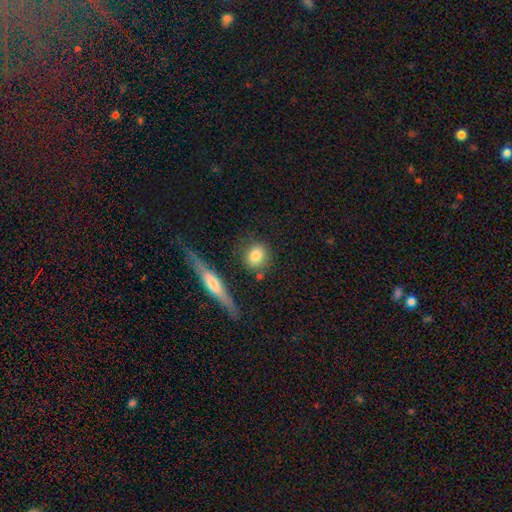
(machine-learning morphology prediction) A smooth galaxy with no disk features (81%) that is round (67%).

Vote fractions:
- Smooth or featured? smooth: 81% / featured or disk: 11% / star or artifact: 8%
- How rounded? round: 67% / in between: 28% / cigar-shaped: 5%
- Merging? none: 76% / minor disturbance: 13% / merger: 7% / major disturbance: 4%